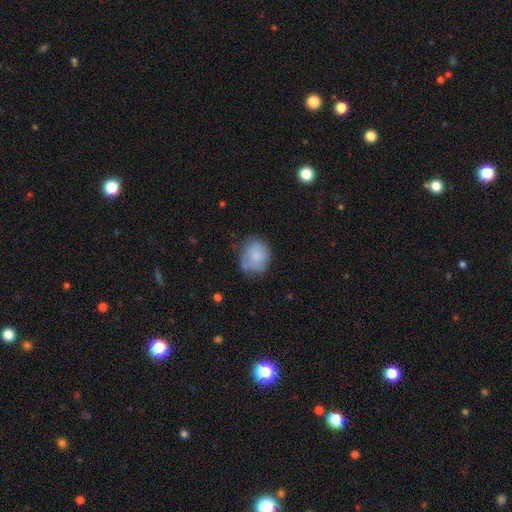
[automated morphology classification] This appears to be a smooth galaxy with no disk features (72%) that is round (67%). Merging: none (64%).